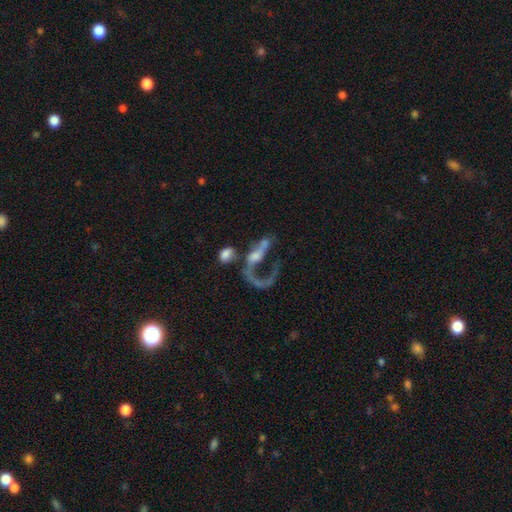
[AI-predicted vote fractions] Smooth or featured?
  - featured or disk: 67% *
  - smooth: 21%
  - star or artifact: 12%
Edge-on disk?
  - no: 92% *
  - yes: 8%
Bar?
  - no: 64% *
  - weak: 23%
  - strong: 12%
Spiral arms?
  - yes: 56% *
  - no: 44%
Bulge size?
  - small: 34% *
  - moderate: 33%
  - none: 22%
  - large: 8%
  - dominant: 3%
Merging?
  - major disturbance: 41% *
  - merger: 29%
  - none: 21%
  - minor disturbance: 9%